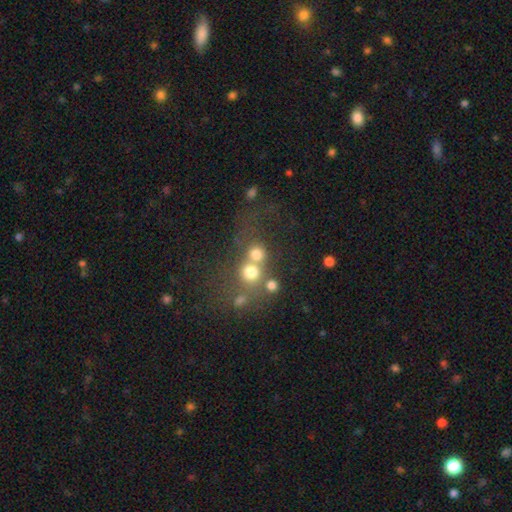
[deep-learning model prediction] Smooth or featured: smooth — 60% (star or artifact — 20%)
How rounded: round — 83% (in between — 16%)
Merging: merger — 48% (none — 37%)